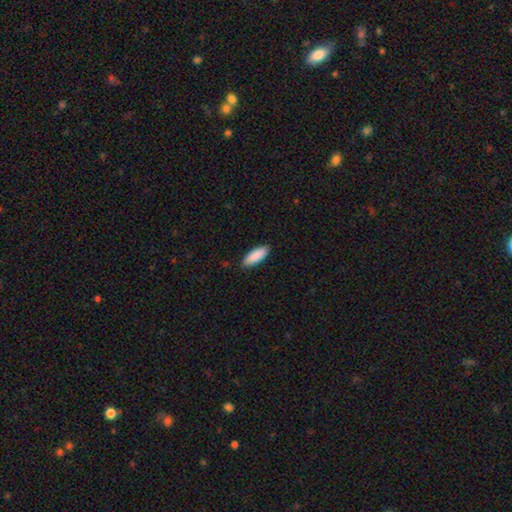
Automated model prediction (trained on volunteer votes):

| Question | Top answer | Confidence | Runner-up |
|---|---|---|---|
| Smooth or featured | smooth | 90% | star or artifact (5%) |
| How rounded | in between | 73% | cigar-shaped (25%) |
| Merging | none | 88% | minor disturbance (9%) |